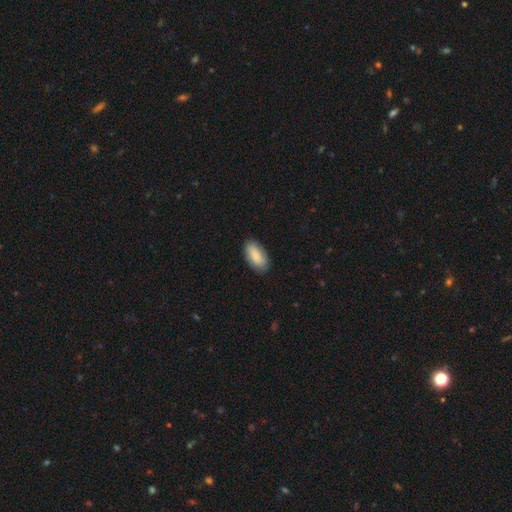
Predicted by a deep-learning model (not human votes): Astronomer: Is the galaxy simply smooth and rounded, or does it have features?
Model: smooth — 88%.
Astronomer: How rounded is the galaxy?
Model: in between — 93%.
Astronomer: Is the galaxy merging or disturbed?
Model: none — 84%.